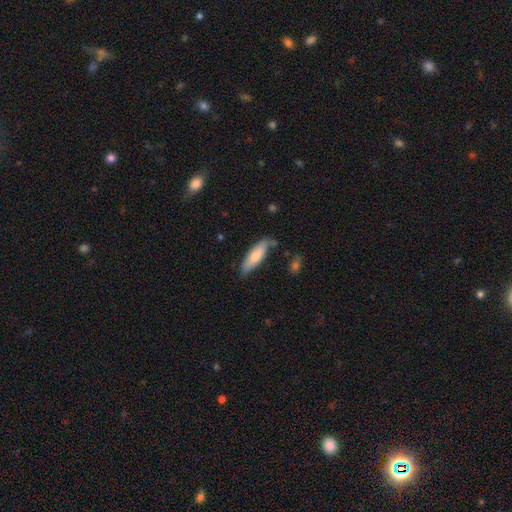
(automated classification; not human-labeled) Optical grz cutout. It shows a smooth galaxy with no disk features (76%) that is cigar-shaped (50%). Merging: none (68%).